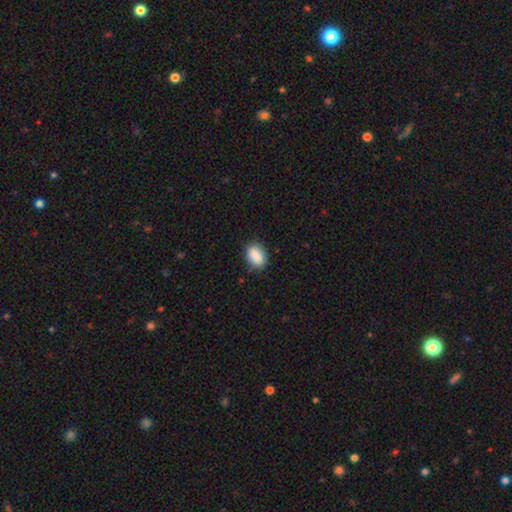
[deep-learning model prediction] Smooth or featured?
  - smooth: 89% *
  - star or artifact: 7%
  - featured or disk: 4%
How rounded?
  - in between: 84% *
  - round: 14%
  - cigar-shaped: 2%
Merging?
  - none: 82% *
  - minor disturbance: 14%
  - major disturbance: 3%
  - merger: 1%